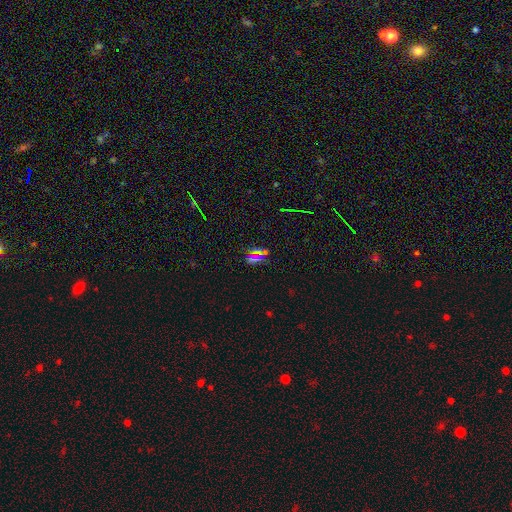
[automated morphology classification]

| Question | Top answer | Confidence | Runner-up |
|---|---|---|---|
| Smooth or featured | star or artifact | 50% | smooth (36%) |